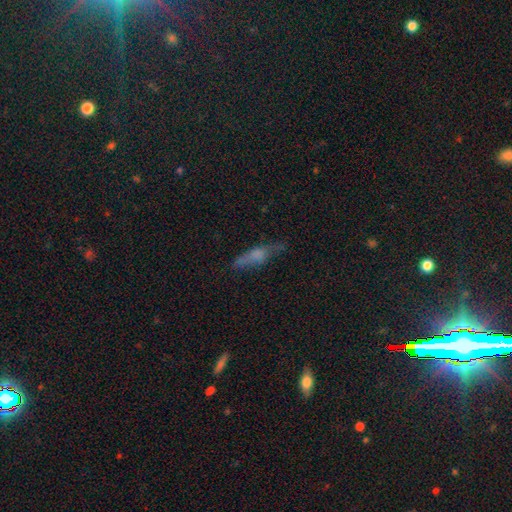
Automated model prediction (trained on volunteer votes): Q: Smooth or featured?
A: smooth (49%); runner-up: featured or disk (39%)
Q: Merging?
A: none (65%); runner-up: minor disturbance (23%)